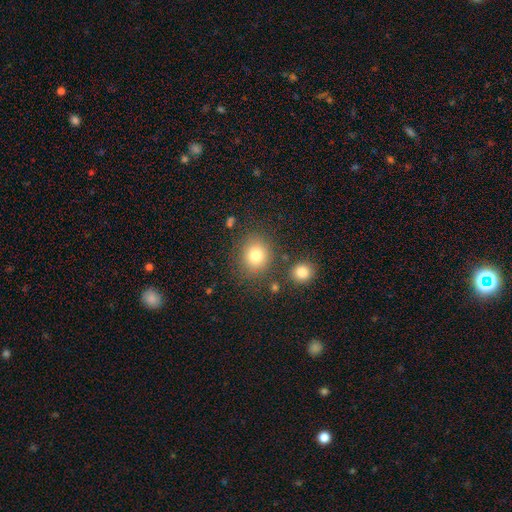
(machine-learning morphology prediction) This is likely a smooth galaxy (78%). How rounded: likely round (76%). Merging: likely none (79%).